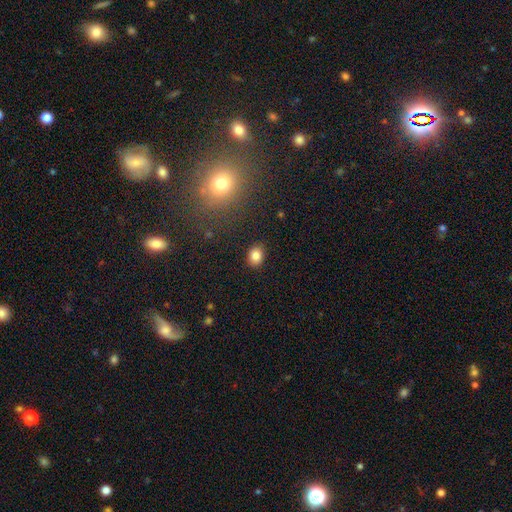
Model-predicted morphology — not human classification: Q: Smooth or featured?
A: smooth (84%); runner-up: star or artifact (10%)
Q: How rounded?
A: in between (57%); runner-up: round (42%)
Q: Merging?
A: none (86%); runner-up: minor disturbance (10%)